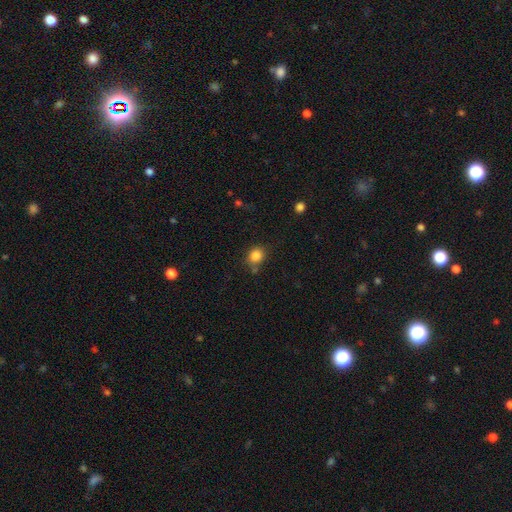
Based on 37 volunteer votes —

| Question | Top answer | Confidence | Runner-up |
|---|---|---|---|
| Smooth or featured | smooth | 89% | featured or disk (5%) |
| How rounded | round | 85% | in between (12%) |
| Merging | none | 71% | minor disturbance (23%) |